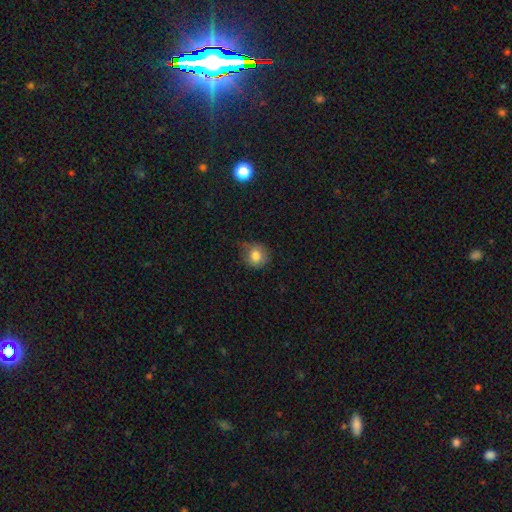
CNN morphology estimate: type=smooth (80%); roundness=round (81%); merging=none (65%).